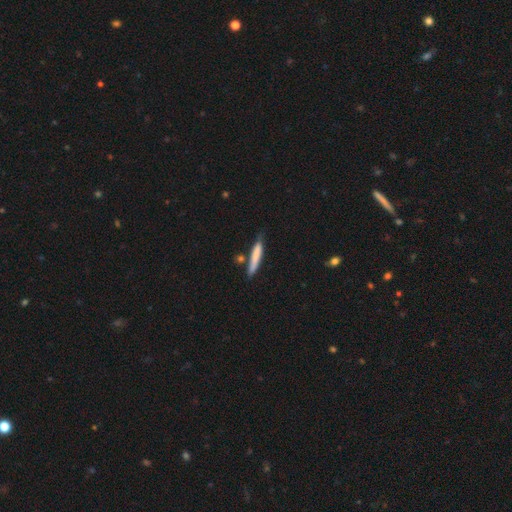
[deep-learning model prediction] Q: Smooth or featured?
A: smooth (75%); runner-up: featured or disk (19%)
Q: How rounded?
A: cigar-shaped (92%); runner-up: in between (7%)
Q: Merging?
A: none (67%); runner-up: minor disturbance (20%)